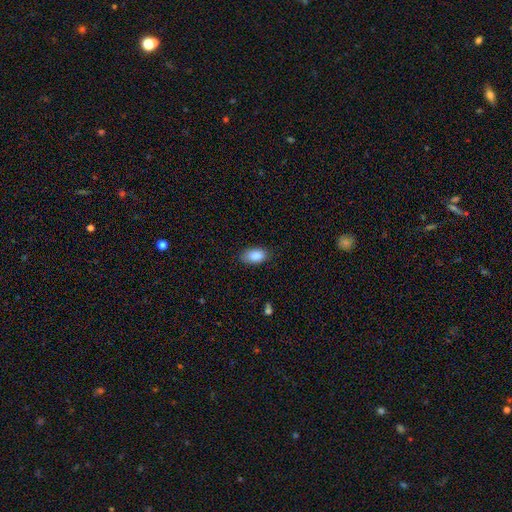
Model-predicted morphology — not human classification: Smooth or featured? Predicted: smooth (p=0.88). How rounded? Predicted: in between (p=0.93). Merging? Predicted: none (p=0.82).